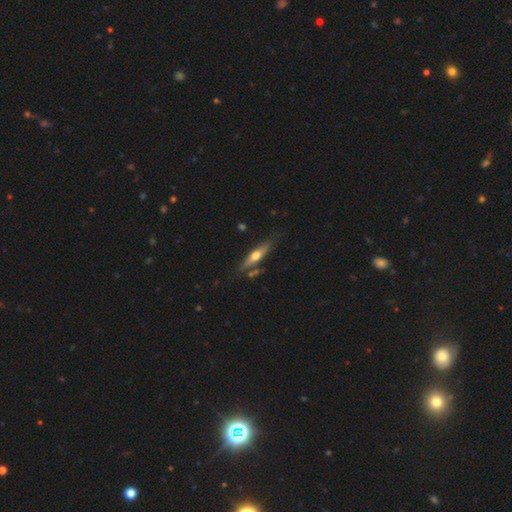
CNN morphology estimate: This appears to be a featured or disk galaxy (57%) viewed edge-on (91%) with a rounded central bulge (93%). Merging: none (77%).